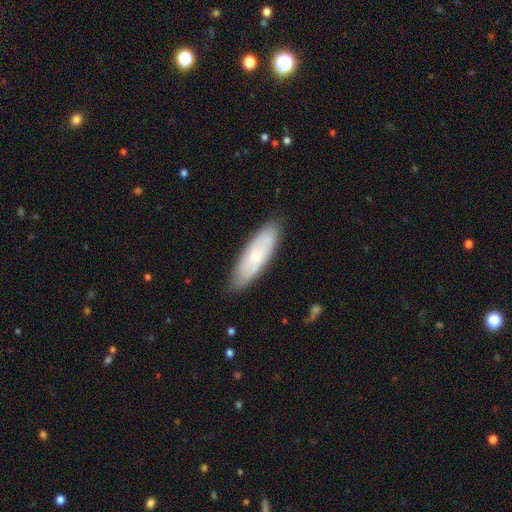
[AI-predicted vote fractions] This is possibly a smooth galaxy (55%). How rounded: possibly cigar-shaped (50%). Merging: clearly none (85%).